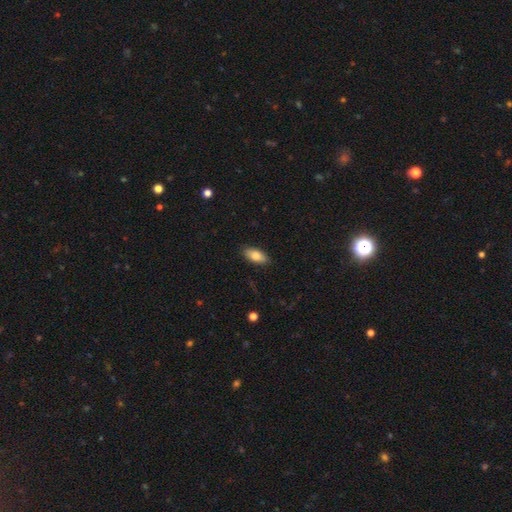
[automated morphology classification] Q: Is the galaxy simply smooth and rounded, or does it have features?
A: smooth — 79%.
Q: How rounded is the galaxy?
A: in between — 87%.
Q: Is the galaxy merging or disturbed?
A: none — 87%.